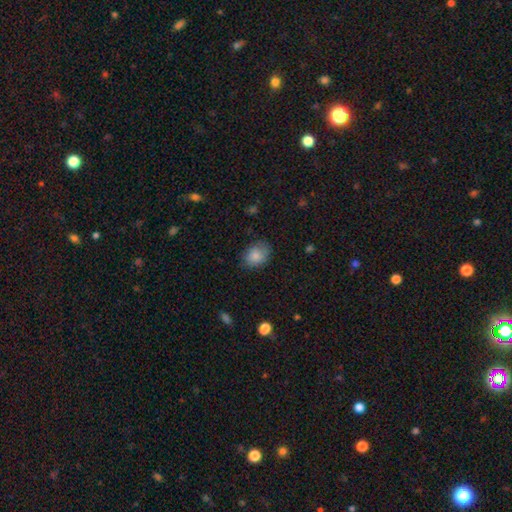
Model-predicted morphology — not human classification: Smooth or featured: smooth — 84% (star or artifact — 8%)
How rounded: in between — 64% (round — 35%)
Merging: none — 75% (minor disturbance — 19%)